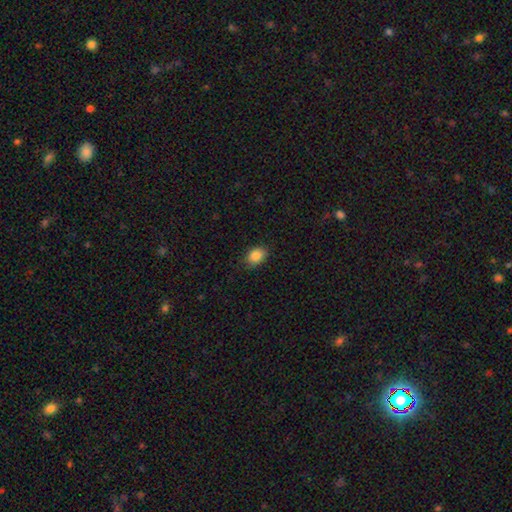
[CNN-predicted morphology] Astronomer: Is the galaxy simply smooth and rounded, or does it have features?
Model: smooth — 86%.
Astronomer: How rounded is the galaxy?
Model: in between — 68%.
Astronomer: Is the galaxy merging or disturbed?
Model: none — 83%.